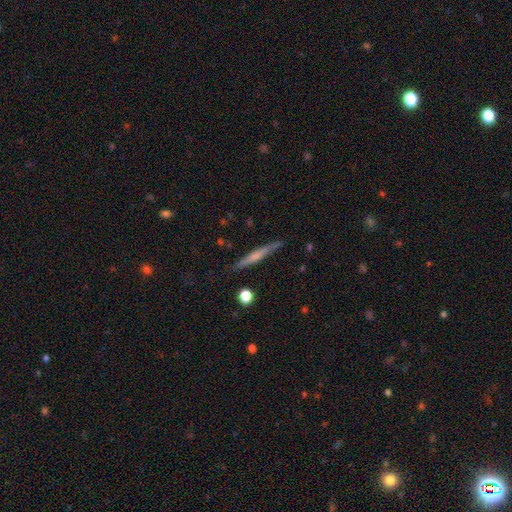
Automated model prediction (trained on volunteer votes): featured or disk 57%, smooth 37%, star or artifact 7%. Down the decision tree: edge-on disk — yes (97%); edge-on bulge — rounded (44%); merging — none (88%).